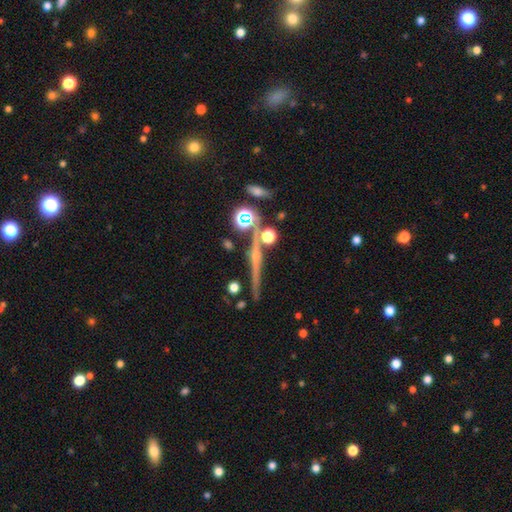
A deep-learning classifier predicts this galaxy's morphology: Q: Smooth or featured?
A: featured or disk (71%); runner-up: star or artifact (15%)
Q: Edge-on disk?
A: yes (95%); runner-up: no (5%)
Q: Edge-on bulge?
A: rounded (78%); runner-up: none (16%)
Q: Merging?
A: none (79%); runner-up: minor disturbance (10%)